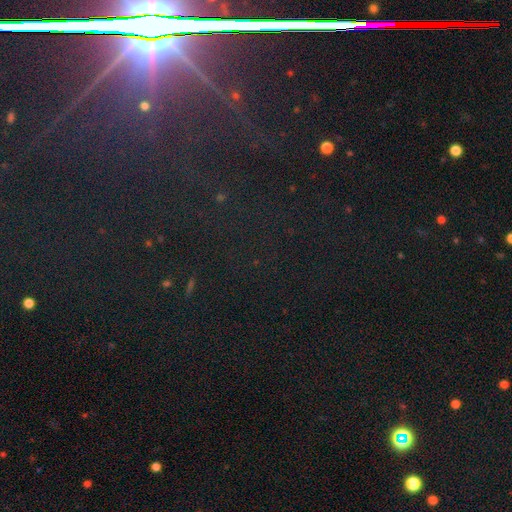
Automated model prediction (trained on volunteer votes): This is clearly a star or artifact rather than a galaxy (82%).